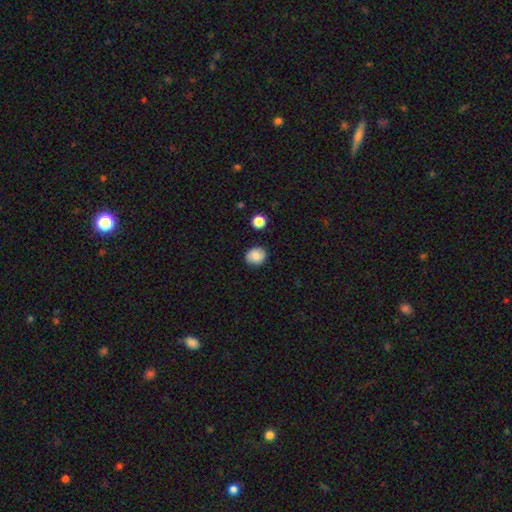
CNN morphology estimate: Smooth or featured? Predicted: smooth (p=0.76). How rounded? Predicted: round (p=0.80). Merging? Predicted: none (p=0.86).